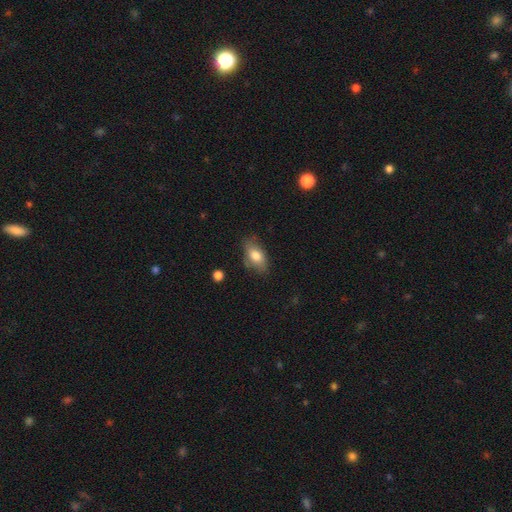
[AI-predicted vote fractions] Smooth or featured? Predicted: smooth (p=0.78). How rounded? Predicted: in between (p=0.89). Merging? Predicted: none (p=0.72).